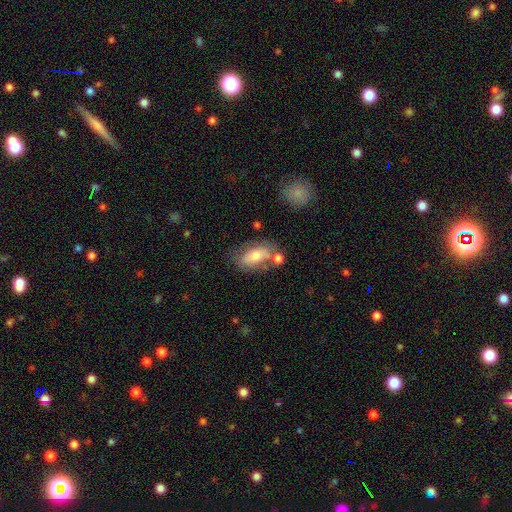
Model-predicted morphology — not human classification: Q: Smooth or featured?
A: smooth (65%); runner-up: featured or disk (28%)
Q: How rounded?
A: in between (87%); runner-up: cigar-shaped (7%)
Q: Merging?
A: none (57%); runner-up: merger (18%)